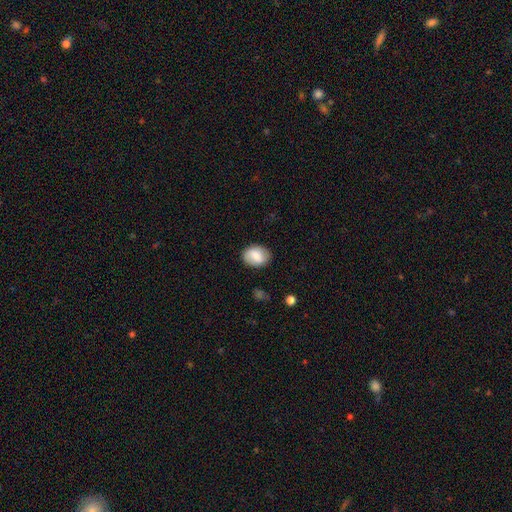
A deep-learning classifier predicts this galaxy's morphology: This appears to be a smooth galaxy with no disk features (75%) that is in between round and cigar-shaped (71%). Merging: none (83%).